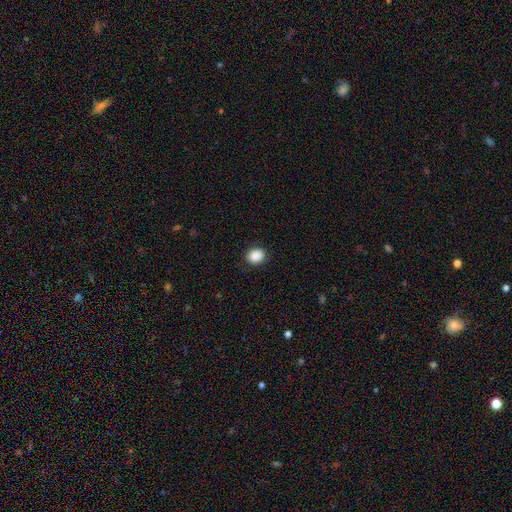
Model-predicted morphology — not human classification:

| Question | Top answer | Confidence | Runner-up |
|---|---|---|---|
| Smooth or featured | smooth | 89% | star or artifact (8%) |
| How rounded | round | 57% | in between (42%) |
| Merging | none | 86% | minor disturbance (10%) |